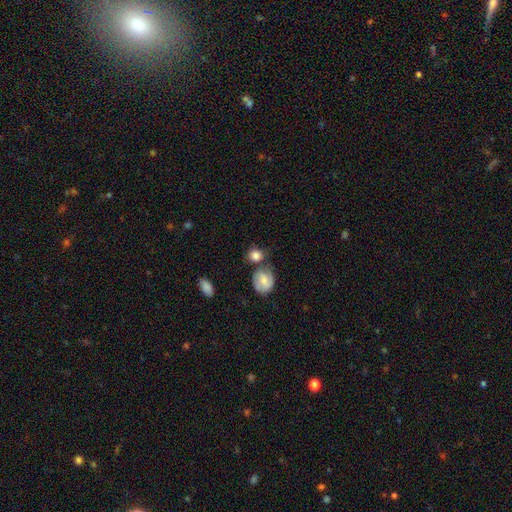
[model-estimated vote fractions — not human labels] Smooth or featured?
  - smooth: 79% *
  - featured or disk: 13%
  - star or artifact: 7%
How rounded?
  - round: 77% *
  - in between: 22%
  - cigar-shaped: 1%
Merging?
  - none: 52% *
  - merger: 27%
  - minor disturbance: 15%
  - major disturbance: 6%